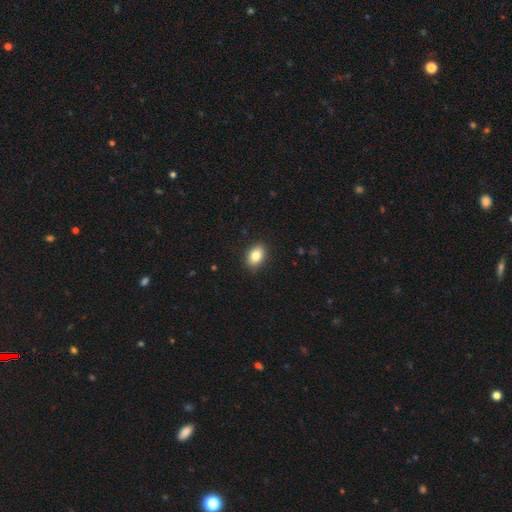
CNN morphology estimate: This appears to be a smooth galaxy with no disk features (83%) that is in between round and cigar-shaped (77%). Merging: none (90%).